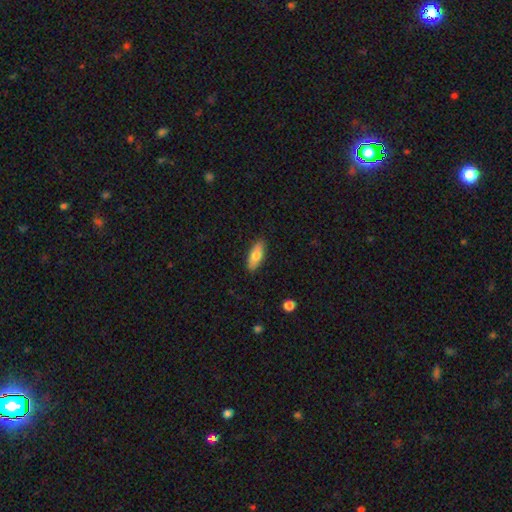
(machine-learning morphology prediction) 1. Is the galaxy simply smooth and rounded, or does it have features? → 77% smooth, 17% featured or disk, 6% star or artifact.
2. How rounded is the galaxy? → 70% in between, 28% cigar-shaped, 2% round.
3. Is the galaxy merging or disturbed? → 87% none, 10% minor disturbance, 2% major disturbance, 1% merger.